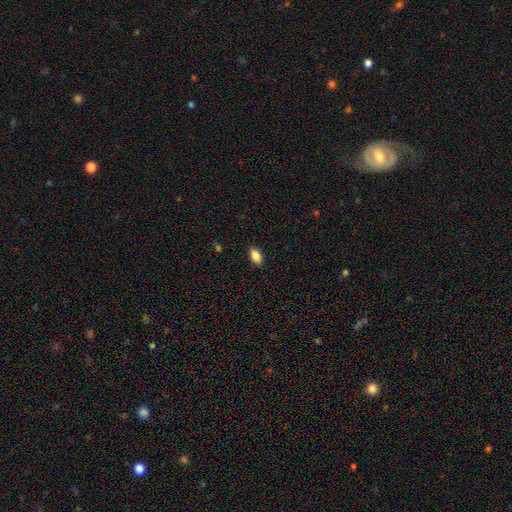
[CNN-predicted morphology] smooth-or-featured: smooth: 87% | star or artifact: 8% | featured or disk: 5%
  how-rounded: in between: 91% | round: 6% | cigar-shaped: 3%
  merging: none: 88% | minor disturbance: 9% | major disturbance: 2% | merger: 1%